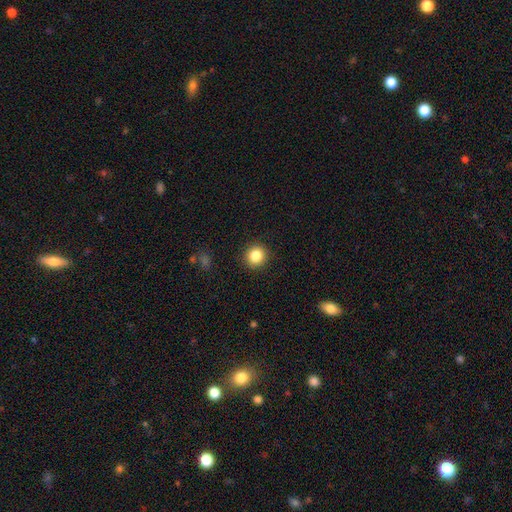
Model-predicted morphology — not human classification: Overall: smooth (84%). How rounded: round (91%). Merging: none (91%).